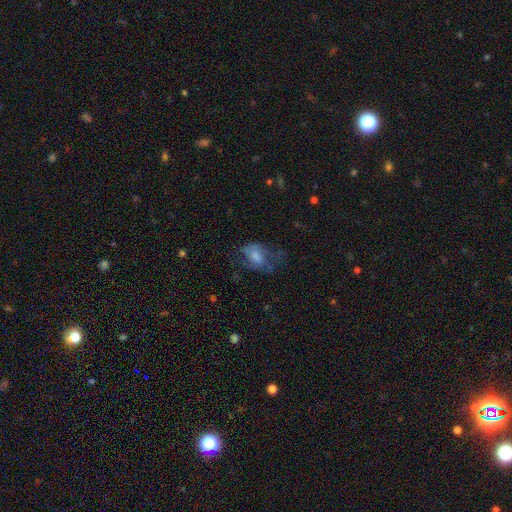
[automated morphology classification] The model was most divided on "smooth or featured": featured or disk: 44%, smooth: 41%, star or artifact: 15%. Remaining: merging — none (44%).